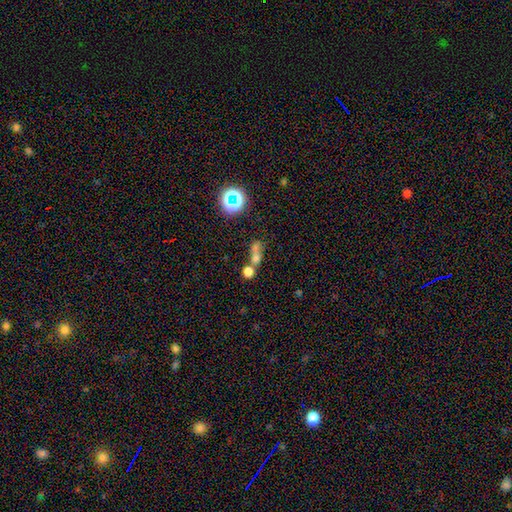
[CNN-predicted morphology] smooth-or-featured: smooth: 58% | star or artifact: 25% | featured or disk: 17%
  how-rounded: round: 64% | in between: 29% | cigar-shaped: 7%
  merging: merger: 53% | none: 31% | major disturbance: 8% | minor disturbance: 8%